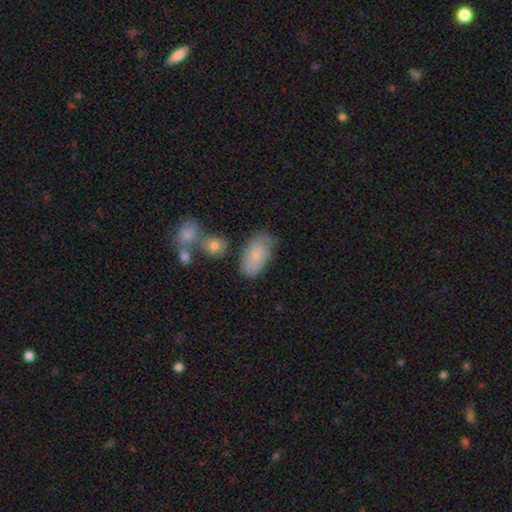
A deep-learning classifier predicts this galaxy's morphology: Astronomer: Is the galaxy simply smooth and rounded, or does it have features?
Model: smooth — 70%.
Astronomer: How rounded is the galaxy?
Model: in between — 93%.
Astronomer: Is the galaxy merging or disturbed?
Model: none — 63%.